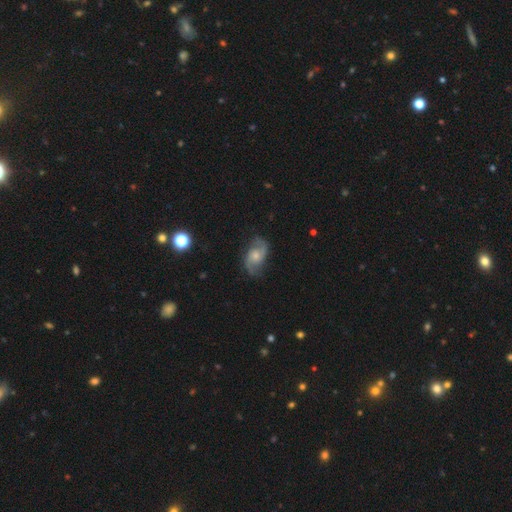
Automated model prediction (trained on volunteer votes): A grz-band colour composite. It shows a featured or disk galaxy (80%) with no bar (65%), 2 (91%) medium (48%) spiral arms (95%) and a small central bulge (44%). Merging: none (76%).